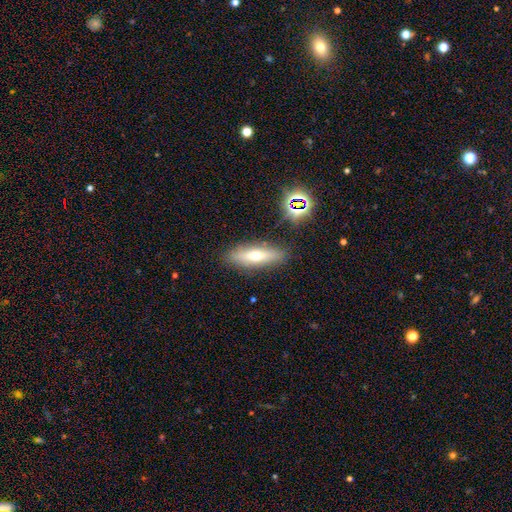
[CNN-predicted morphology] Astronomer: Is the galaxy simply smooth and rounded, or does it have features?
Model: smooth — 51% (runner-up: featured or disk, 38%).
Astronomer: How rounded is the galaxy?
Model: cigar-shaped — 57% (runner-up: in between, 40%).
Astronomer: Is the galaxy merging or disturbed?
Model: none — 85%.